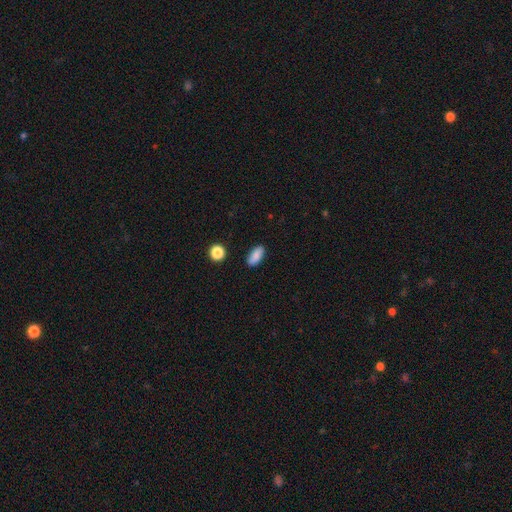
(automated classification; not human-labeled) This is clearly a smooth galaxy (86%). How rounded: clearly in between (87%). Merging: clearly none (86%).